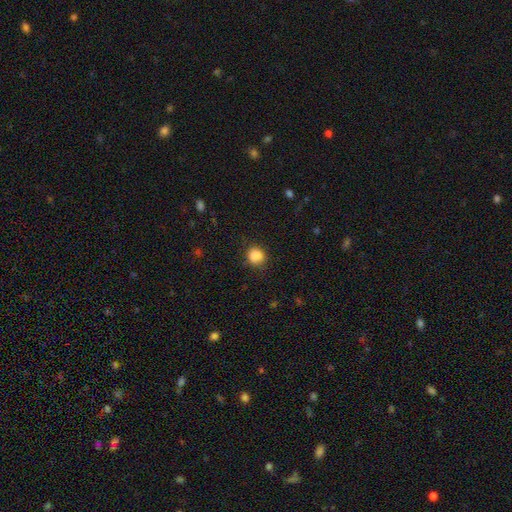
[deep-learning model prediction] Morphology: type=smooth (84%); roundness=round (78%); merging=none (69%).